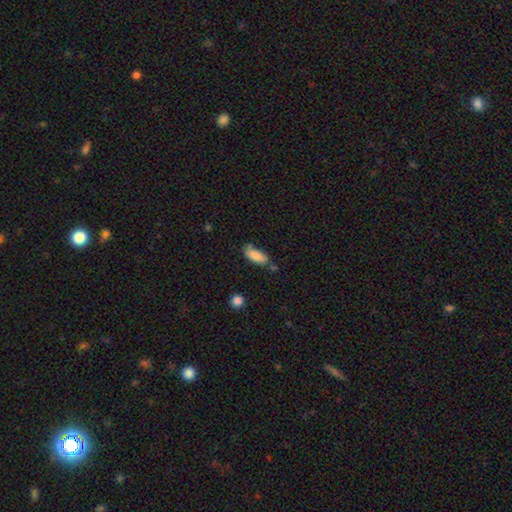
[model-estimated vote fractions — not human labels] A smooth galaxy with no disk features (84%) that is in between round and cigar-shaped (80%). Merging: none (62%).